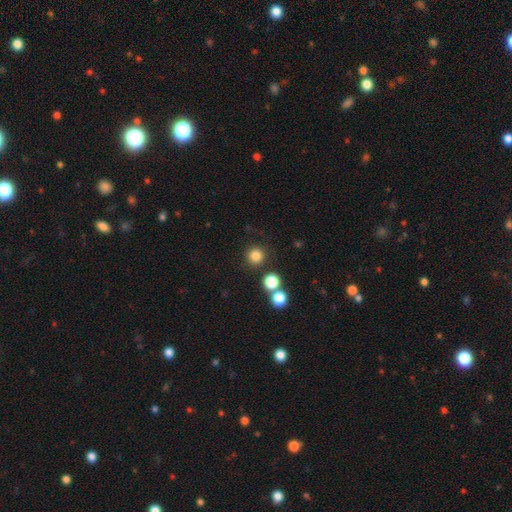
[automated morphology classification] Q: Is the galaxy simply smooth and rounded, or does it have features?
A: smooth — 81%.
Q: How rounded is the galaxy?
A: round — 95%.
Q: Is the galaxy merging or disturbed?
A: none — 85%.